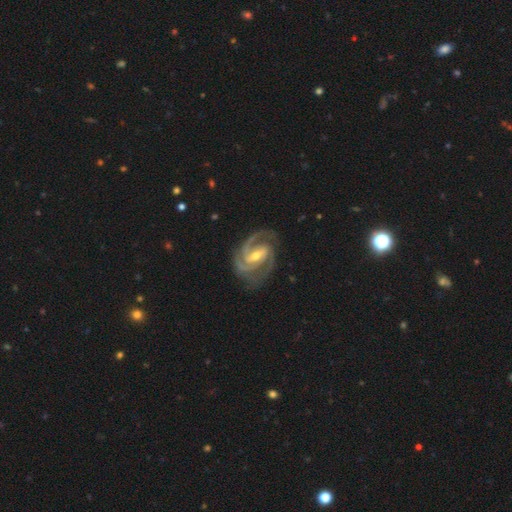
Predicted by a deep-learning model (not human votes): A featured or disk galaxy (93%) with a strong bar (45%), 2 (58%) tight (50%) spiral arms (99%) and a moderate central bulge (55%). Merging: none (77%).